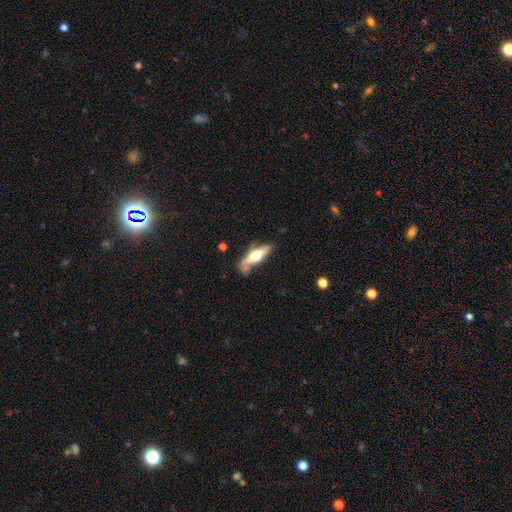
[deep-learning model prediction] Smooth or featured? featured or disk (59%)
Edge-on disk? yes (92%)
Edge-on bulge? rounded (94%)
Merging? none (68%)